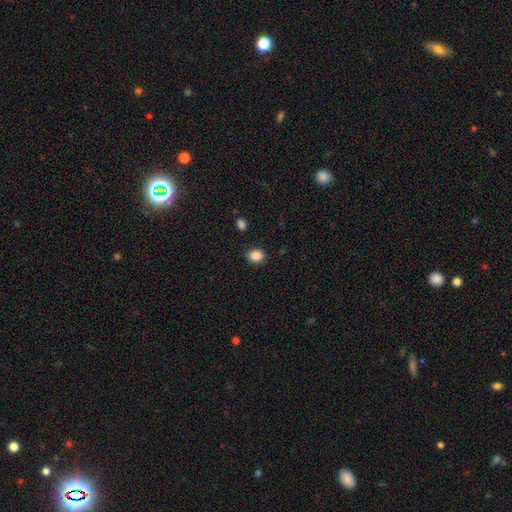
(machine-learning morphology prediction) Q: Smooth or featured?
A: smooth (87%); runner-up: star or artifact (10%)
Q: How rounded?
A: round (63%); runner-up: in between (36%)
Q: Merging?
A: none (88%); runner-up: minor disturbance (8%)